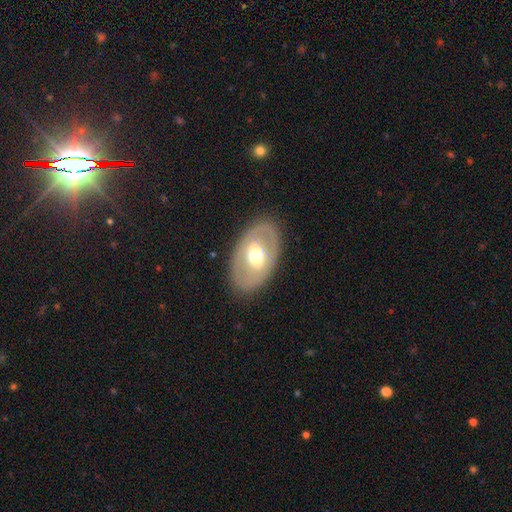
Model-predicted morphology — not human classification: featured or disk 54%, smooth 40%, star or artifact 6%. Down the decision tree: edge-on disk — no (89%); merging — none (83%).